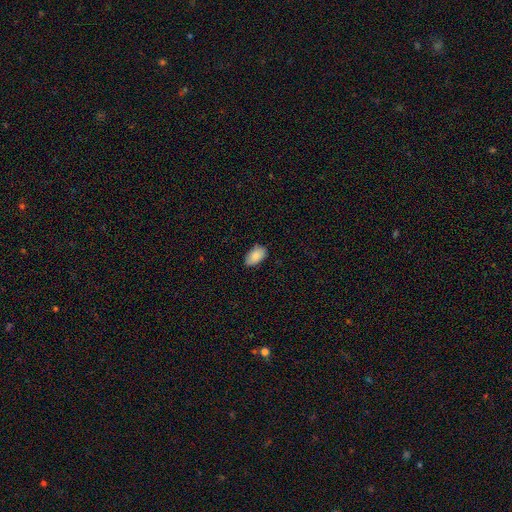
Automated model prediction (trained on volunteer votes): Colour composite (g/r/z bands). It shows a smooth galaxy with no disk features (87%) that is in between round and cigar-shaped (94%). Merging: none (81%).